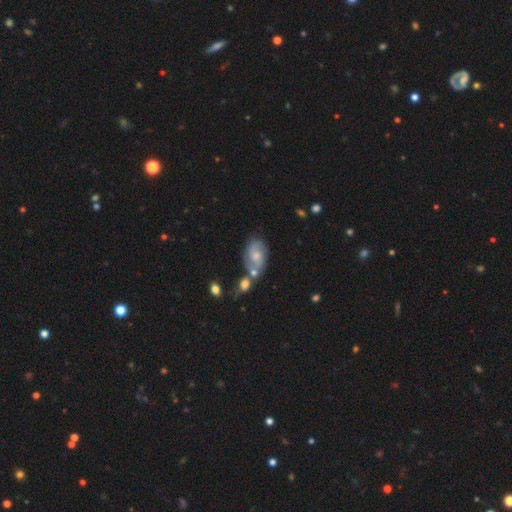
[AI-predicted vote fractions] This appears to be a featured or disk galaxy (62%) with no bar (65%), 2 (74%) medium (47%) spiral arms (85%) and a small central bulge (45%). Merging: none (51%).